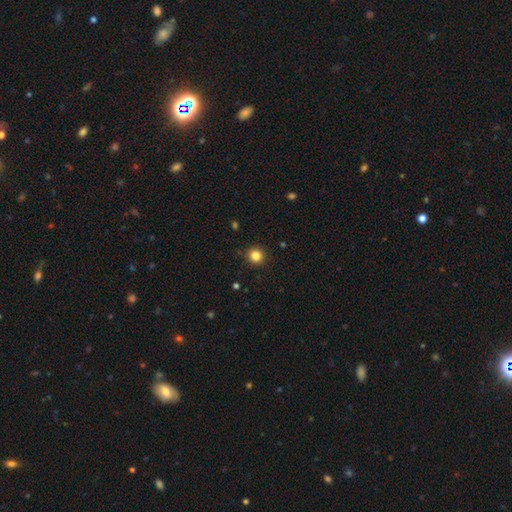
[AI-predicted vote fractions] Q: Smooth or featured?
A: smooth (83%); runner-up: star or artifact (12%)
Q: How rounded?
A: round (94%); runner-up: in between (6%)
Q: Merging?
A: none (92%); runner-up: minor disturbance (5%)